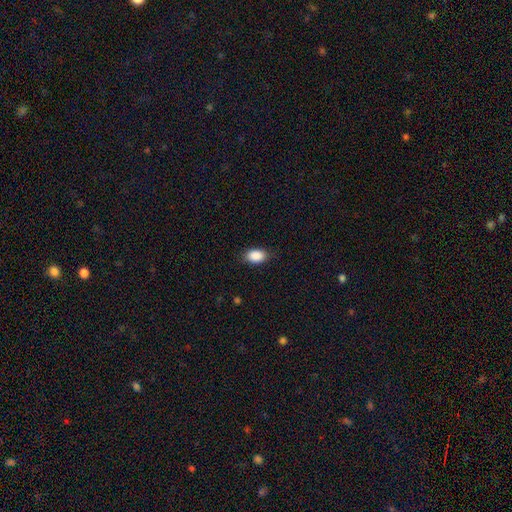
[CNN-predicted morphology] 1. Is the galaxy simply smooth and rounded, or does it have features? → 89% smooth, 8% star or artifact, 3% featured or disk.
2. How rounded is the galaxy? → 88% in between, 11% round, 2% cigar-shaped.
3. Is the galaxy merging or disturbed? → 83% none, 14% minor disturbance, 3% major disturbance, 1% merger.